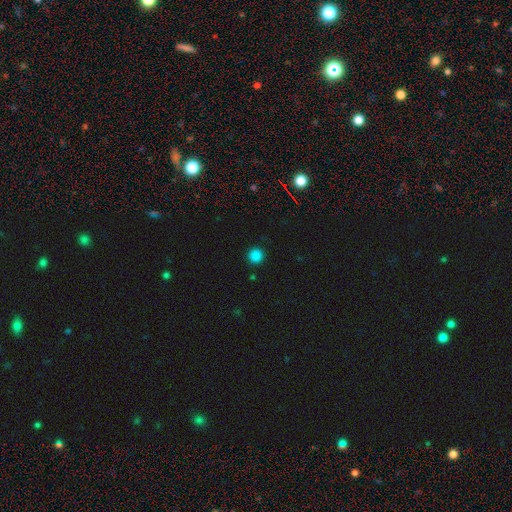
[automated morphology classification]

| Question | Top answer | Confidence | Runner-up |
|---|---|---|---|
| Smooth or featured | smooth | 84% | star or artifact (14%) |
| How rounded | round | 95% | in between (4%) |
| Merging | none | 92% | minor disturbance (5%) |